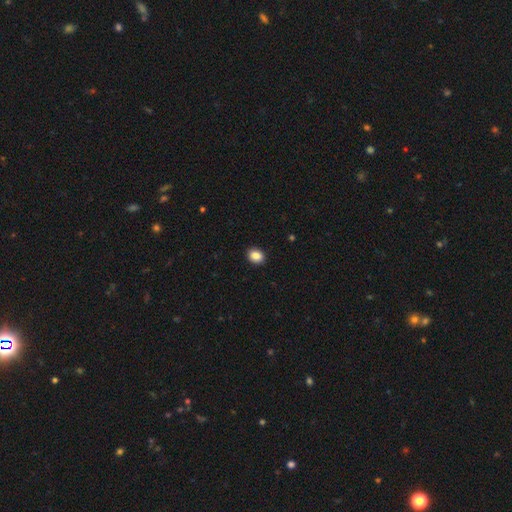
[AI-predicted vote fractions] Smooth or featured?
  - smooth: 87% *
  - star or artifact: 9%
  - featured or disk: 4%
How rounded?
  - in between: 56% *
  - round: 43%
  - cigar-shaped: 1%
Merging?
  - none: 91% *
  - minor disturbance: 6%
  - major disturbance: 2%
  - merger: 1%